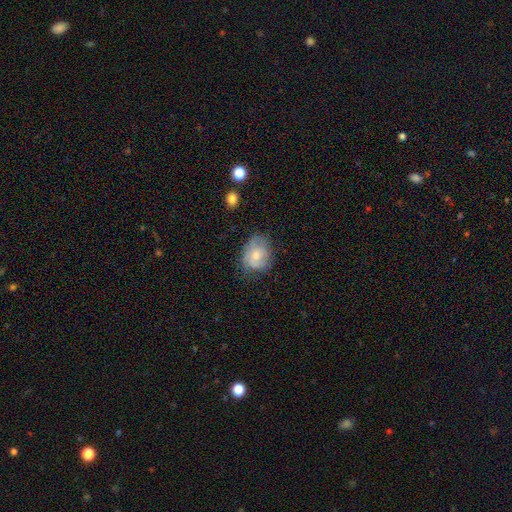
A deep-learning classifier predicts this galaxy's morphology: type=smooth (61%); roundness=in between (56%); merging=none (56%).